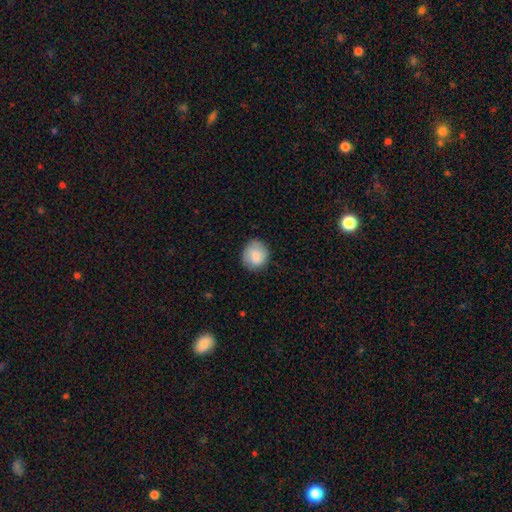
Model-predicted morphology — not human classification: Overall: smooth (84%). How rounded: round (84%). Merging: none (81%).